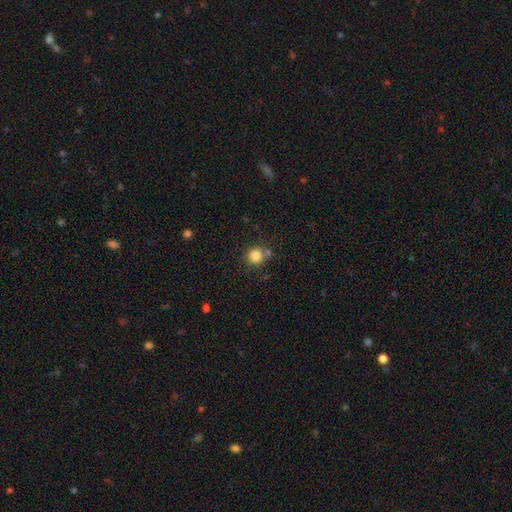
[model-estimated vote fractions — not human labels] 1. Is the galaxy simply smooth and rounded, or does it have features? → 83% smooth, 11% star or artifact, 5% featured or disk.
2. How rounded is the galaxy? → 92% round, 7% in between, 1% cigar-shaped.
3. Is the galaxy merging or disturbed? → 76% none, 11% minor disturbance, 10% merger, 3% major disturbance.